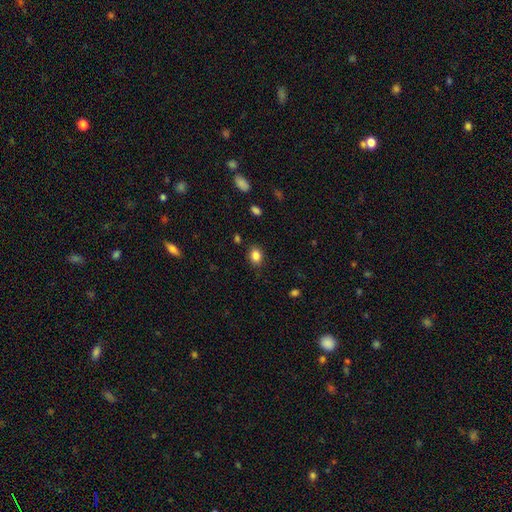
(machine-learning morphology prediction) Smooth or featured? Predicted: smooth (p=0.84). How rounded? Predicted: in between (p=0.61). Merging? Predicted: none (p=0.83).